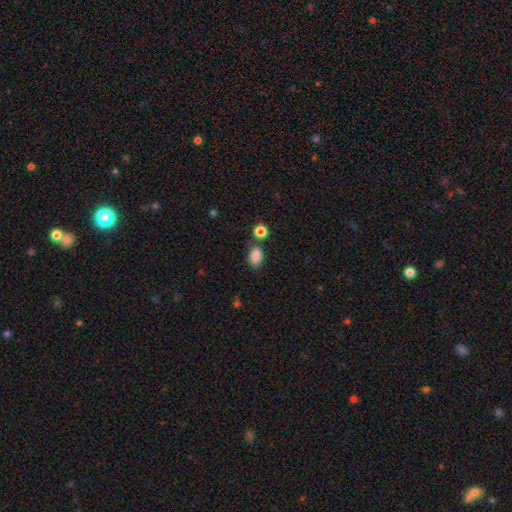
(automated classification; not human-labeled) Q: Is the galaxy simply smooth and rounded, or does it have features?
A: smooth — 86%.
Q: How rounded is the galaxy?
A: in between — 82%.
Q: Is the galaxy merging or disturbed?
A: none — 70%.